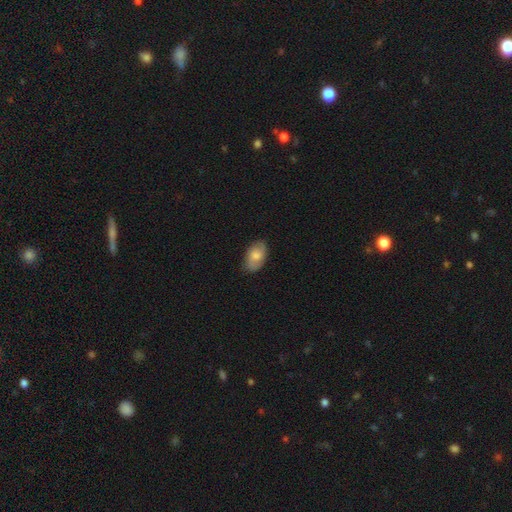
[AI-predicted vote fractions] smooth_or_featured: smooth (p=0.64) [alt: featured or disk p=0.29]
how_rounded: in between (p=0.92) [alt: round p=0.07]
merging: none (p=0.78) [alt: minor disturbance p=0.17]